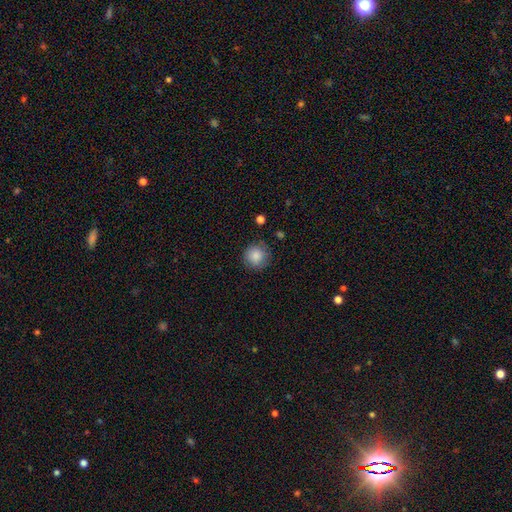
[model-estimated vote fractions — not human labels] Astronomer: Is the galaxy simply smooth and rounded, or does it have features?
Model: smooth — 86%.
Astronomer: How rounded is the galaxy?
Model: round — 94%.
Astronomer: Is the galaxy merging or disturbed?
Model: none — 82%.